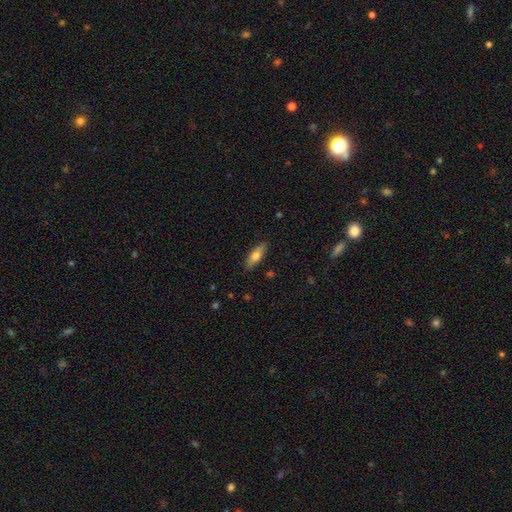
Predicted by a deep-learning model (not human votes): smooth 63%, featured or disk 31%, star or artifact 6%. Down the decision tree: how rounded — in between (52%); merging — none (88%).